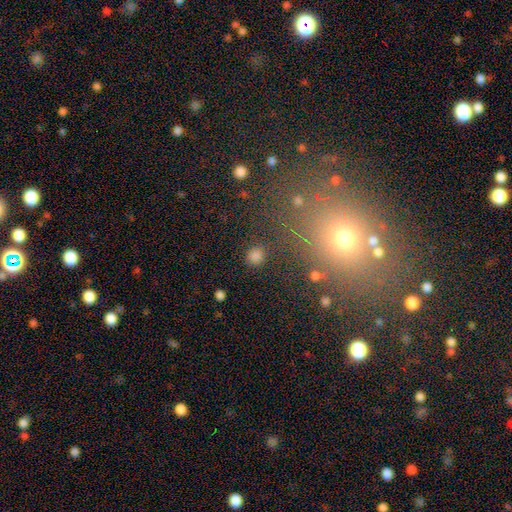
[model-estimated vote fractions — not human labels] Smooth or featured? smooth (81%)
How rounded? round (90%)
Merging? none (88%)